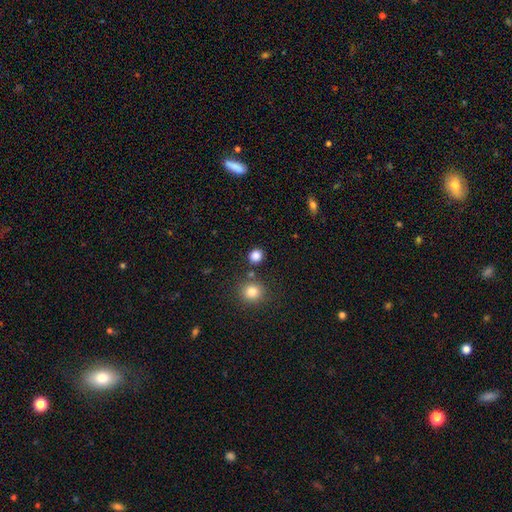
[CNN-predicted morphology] Smooth or featured?
  - smooth: 84% *
  - star or artifact: 13%
  - featured or disk: 4%
How rounded?
  - round: 82% *
  - in between: 17%
  - cigar-shaped: 1%
Merging?
  - none: 83% *
  - minor disturbance: 7%
  - merger: 7%
  - major disturbance: 3%